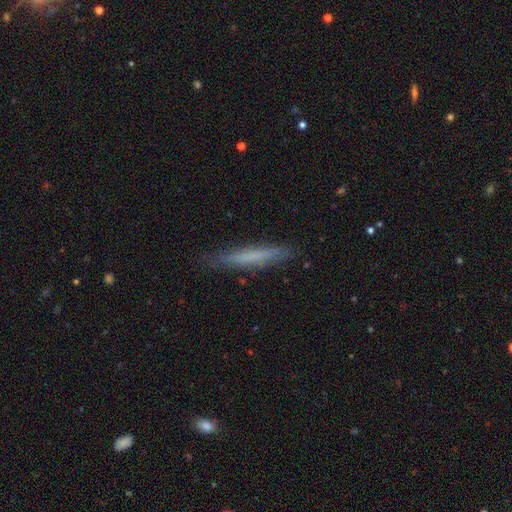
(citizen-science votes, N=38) Smooth or featured: smooth — 79% (featured or disk — 18%)
How rounded: cigar-shaped — 97% (in between — 3%)
Merging: none — 84% (minor disturbance — 8%)